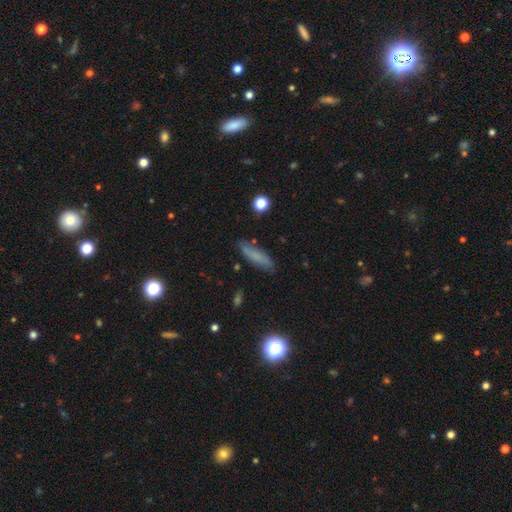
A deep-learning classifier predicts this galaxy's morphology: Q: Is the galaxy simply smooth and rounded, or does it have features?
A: smooth — 65%.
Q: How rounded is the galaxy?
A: cigar-shaped — 71%.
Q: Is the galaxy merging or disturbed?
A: none — 78%.